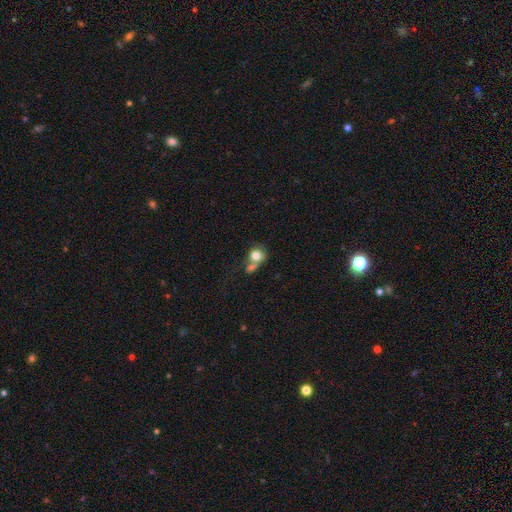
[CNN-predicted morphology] smooth 74%, featured or disk 17%, star or artifact 9%. Down the decision tree: how rounded — round (71%); merging — merger (57%).